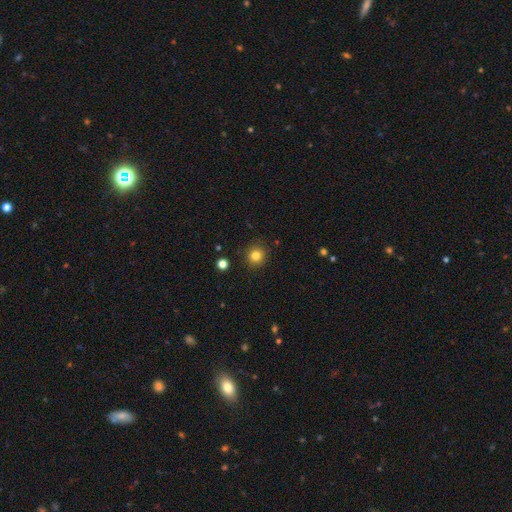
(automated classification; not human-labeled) smooth-or-featured: smooth: 82% | star or artifact: 13% | featured or disk: 6%
  how-rounded: round: 92% | in between: 7% | cigar-shaped: 1%
  merging: none: 90% | minor disturbance: 7% | major disturbance: 2% | merger: 1%